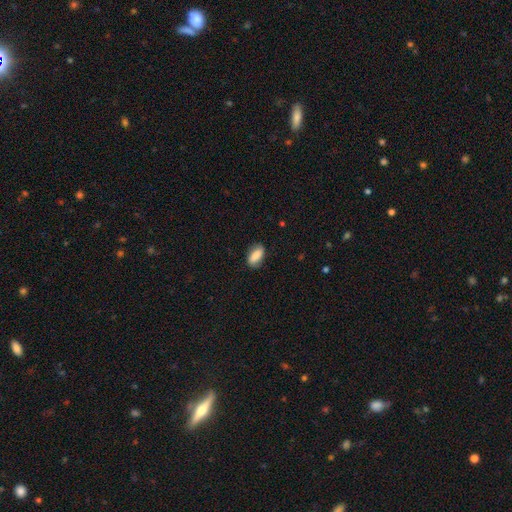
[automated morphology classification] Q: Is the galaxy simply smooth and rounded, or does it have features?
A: smooth — 80%.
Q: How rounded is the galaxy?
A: in between — 89%.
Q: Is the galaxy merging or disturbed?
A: none — 82%.